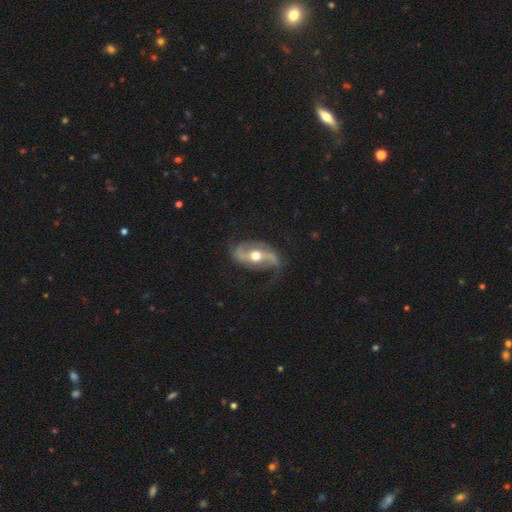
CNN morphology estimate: A featured or disk galaxy (87%) with no bar (35%), 2 (92%) loose (58%) spiral arms (93%) and a moderate central bulge (78%). Merging: none (71%).